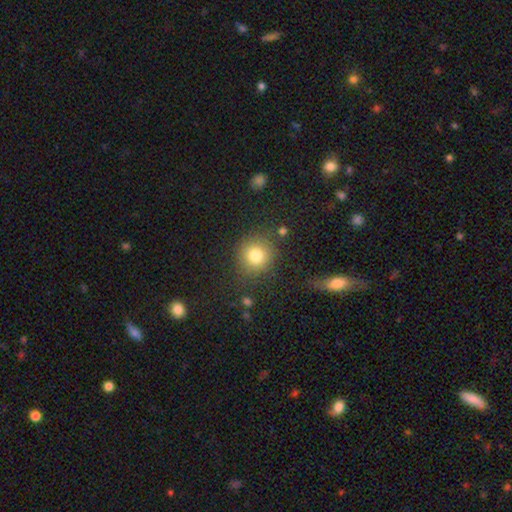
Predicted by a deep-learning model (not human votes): Smooth or featured? Predicted: smooth (p=0.80). How rounded? Predicted: round (p=0.89). Merging? Predicted: none (p=0.83).